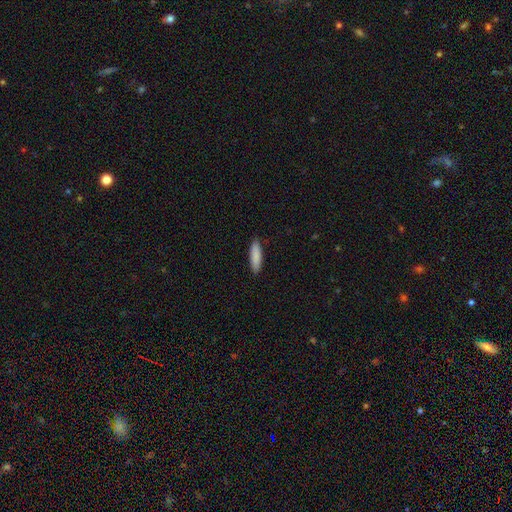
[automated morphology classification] The model was most divided on "how rounded": cigar-shaped: 68%, in between: 31%, round: 1%. More confident: merging — none (89%); smooth or featured — smooth (88%).